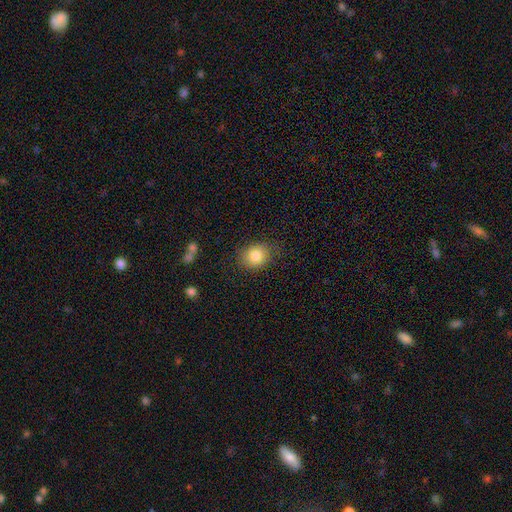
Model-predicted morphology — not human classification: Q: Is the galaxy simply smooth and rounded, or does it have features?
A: smooth — 84%.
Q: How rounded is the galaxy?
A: round — 66%.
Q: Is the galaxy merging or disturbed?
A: none — 80%.